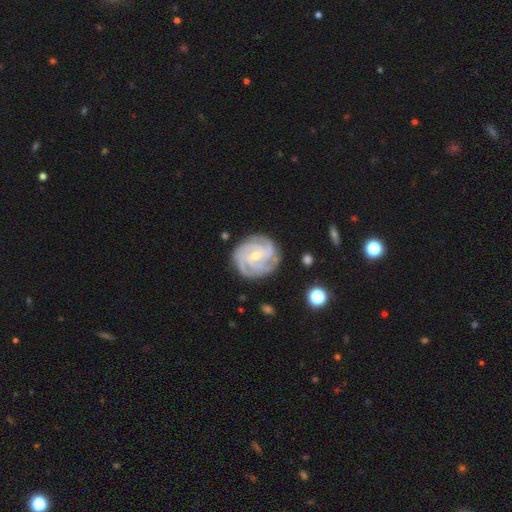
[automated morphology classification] Smooth or featured: featured or disk — 90% (smooth — 5%)
Edge-on disk: no — 98% (yes — 2%)
Bar: no — 47% (weak — 39%)
Spiral arms: yes — 98% (no — 2%)
Spiral winding: tight — 72% (medium — 25%)
Spiral arm count: 3 — 36% (4 — 32%)
Bulge size: small — 59% (moderate — 38%)
Merging: none — 80% (minor disturbance — 14%)